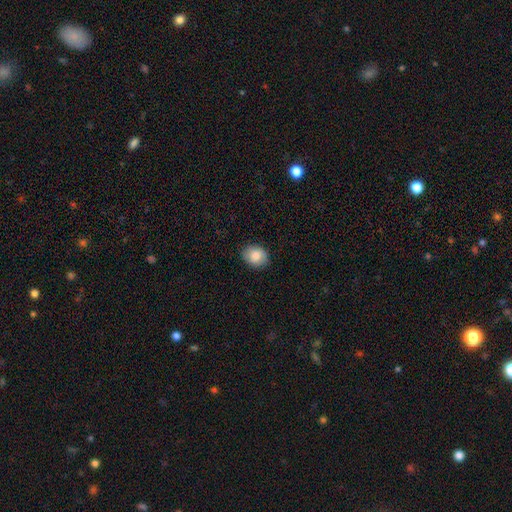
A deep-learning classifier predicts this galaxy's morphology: Smooth or featured?
  - smooth: 85% *
  - star or artifact: 7%
  - featured or disk: 7%
How rounded?
  - in between: 54% *
  - round: 45%
  - cigar-shaped: 1%
Merging?
  - none: 87% *
  - minor disturbance: 10%
  - major disturbance: 2%
  - merger: 1%